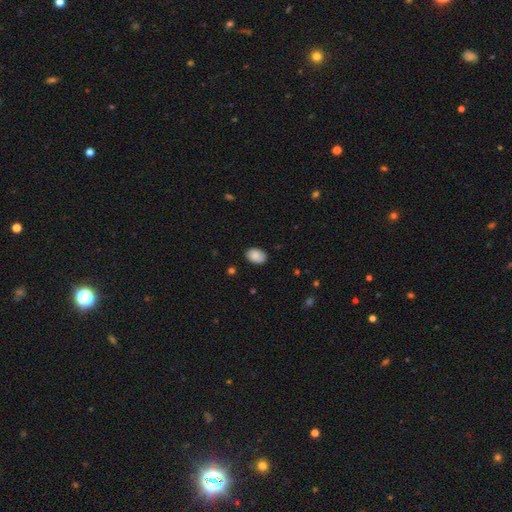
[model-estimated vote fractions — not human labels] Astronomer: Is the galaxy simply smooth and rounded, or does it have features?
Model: smooth — 87%.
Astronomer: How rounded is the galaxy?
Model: in between — 85%.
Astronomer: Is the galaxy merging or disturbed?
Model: none — 84%.